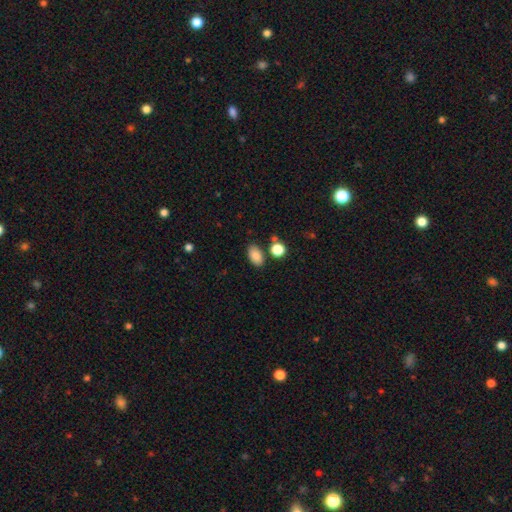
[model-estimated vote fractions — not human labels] The model was most divided on "merging": none: 81%, minor disturbance: 10%, merger: 6%, major disturbance: 3%. More confident: how rounded — in between (90%); smooth or featured — smooth (86%).